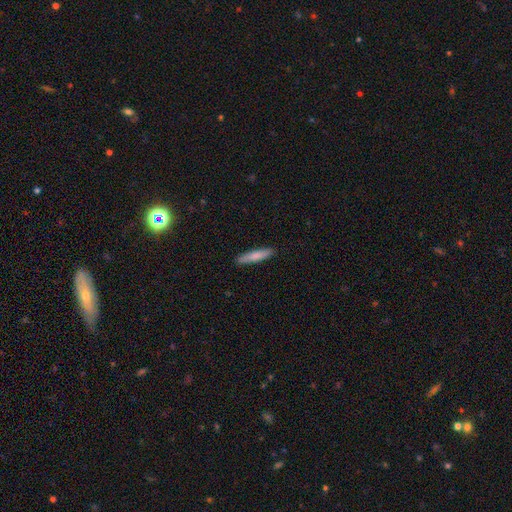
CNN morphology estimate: type=smooth (80%); roundness=cigar-shaped (88%); merging=none (90%).